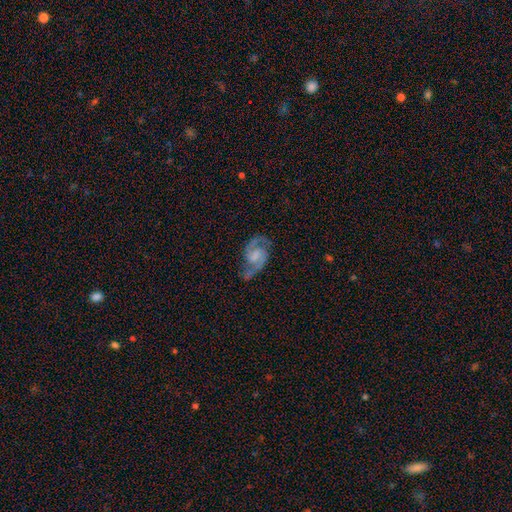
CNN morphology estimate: This appears to be a featured or disk galaxy (86%) with a weak bar (53%), 2 (92%) medium (58%) spiral arms (97%) and no central bulge (42%). Merging: none (71%).